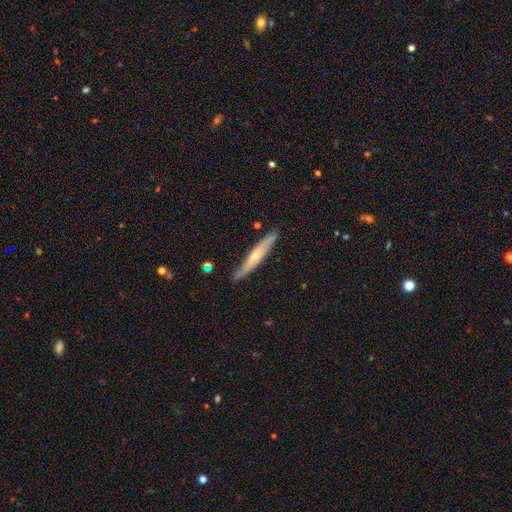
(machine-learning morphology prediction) Overall: featured or disk (55%; smooth 39%). Edge-on disk: yes (83%). Merging: none (82%).